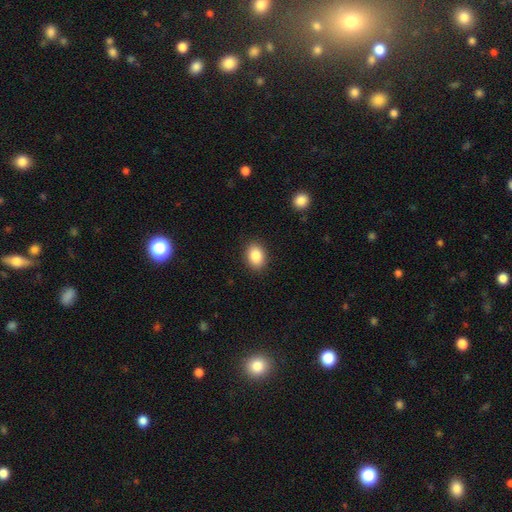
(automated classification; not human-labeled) Overall: smooth (87%). How rounded: in between (73%). Merging: none (89%).